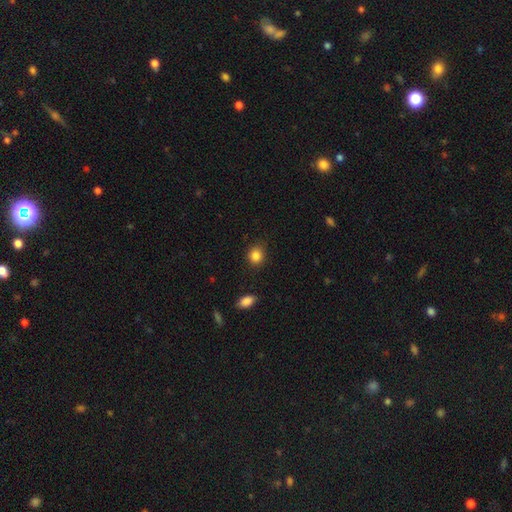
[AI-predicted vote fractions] Smooth or featured? Predicted: smooth (p=0.86). How rounded? Predicted: round (p=0.79). Merging? Predicted: none (p=0.85).